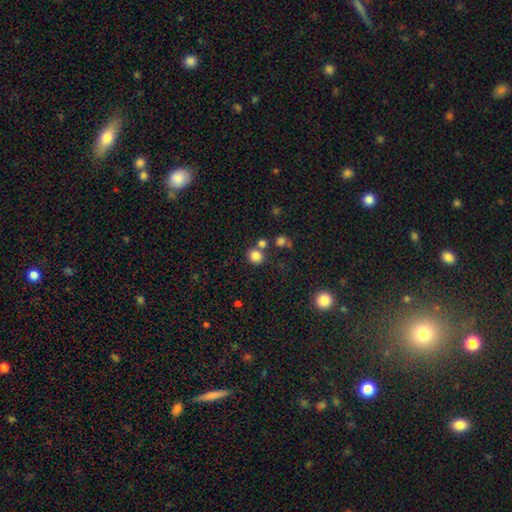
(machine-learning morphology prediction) type=smooth (82%); roundness=round (81%); merging=none (67%).